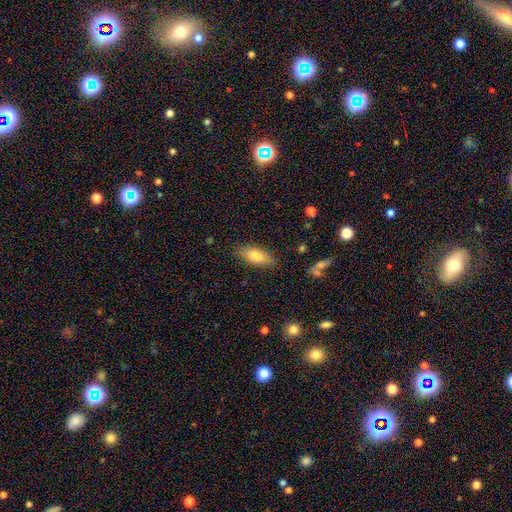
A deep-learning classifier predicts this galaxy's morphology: smooth 79%, featured or disk 14%, star or artifact 7%. Down the decision tree: how rounded — in between (78%); merging — none (84%).